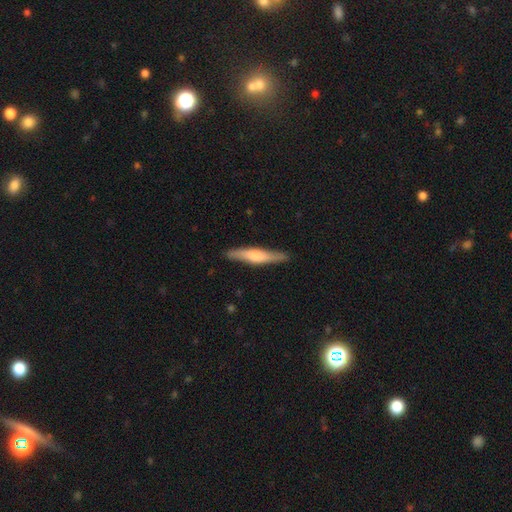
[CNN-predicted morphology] Overall: smooth (49%; featured or disk 46%). Merging: none (87%).